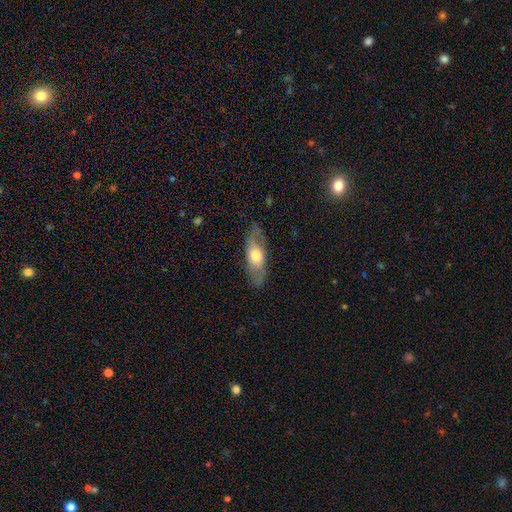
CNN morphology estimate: The model was most divided on "smooth or featured": smooth: 54%, featured or disk: 40%, star or artifact: 6%. More confident: merging — none (78%); how rounded — in between (65%).